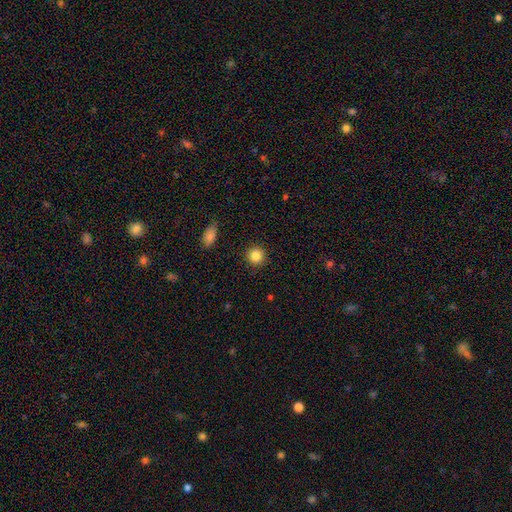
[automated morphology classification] Smooth or featured?
  - smooth: 85% *
  - star or artifact: 10%
  - featured or disk: 5%
How rounded?
  - round: 93% *
  - in between: 6%
  - cigar-shaped: 1%
Merging?
  - none: 91% *
  - minor disturbance: 6%
  - major disturbance: 2%
  - merger: 1%